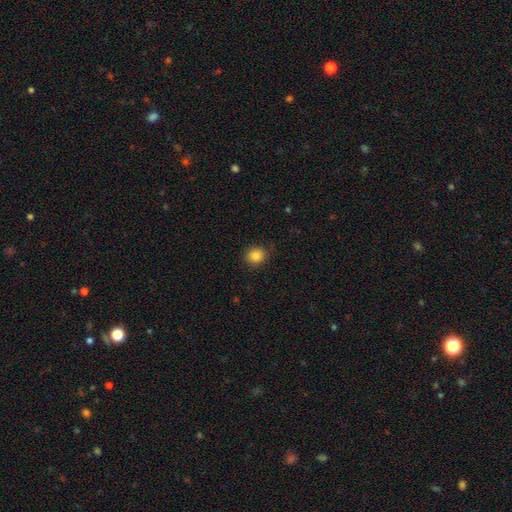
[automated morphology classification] This is clearly a smooth galaxy (85%). How rounded: clearly round (81%). Merging: clearly none (87%).